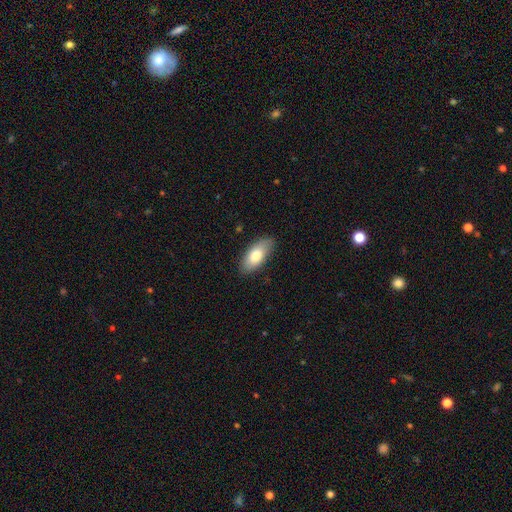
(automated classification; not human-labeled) A smooth galaxy with no disk features (76%) that is in between round and cigar-shaped (89%).

Vote fractions:
- Smooth or featured? smooth: 76% / featured or disk: 17% / star or artifact: 6%
- How rounded? in between: 89% / cigar-shaped: 9% / round: 3%
- Merging? none: 85% / minor disturbance: 12% / major disturbance: 2% / merger: 1%